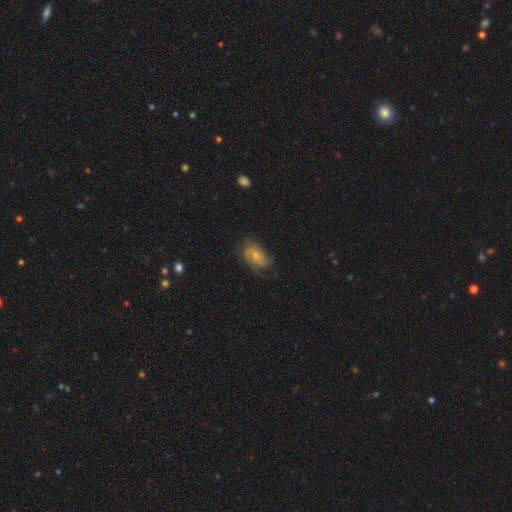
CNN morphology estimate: Smooth or featured: smooth — 55% (featured or disk — 37%)
How rounded: in between — 88% (round — 9%)
Merging: none — 58% (minor disturbance — 28%)